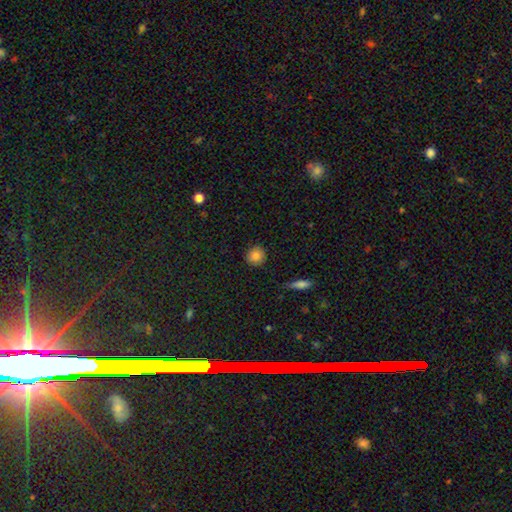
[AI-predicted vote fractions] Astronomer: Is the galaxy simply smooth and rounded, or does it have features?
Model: smooth — 83%.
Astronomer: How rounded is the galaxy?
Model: round — 90%.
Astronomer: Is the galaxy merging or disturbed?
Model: none — 87%.